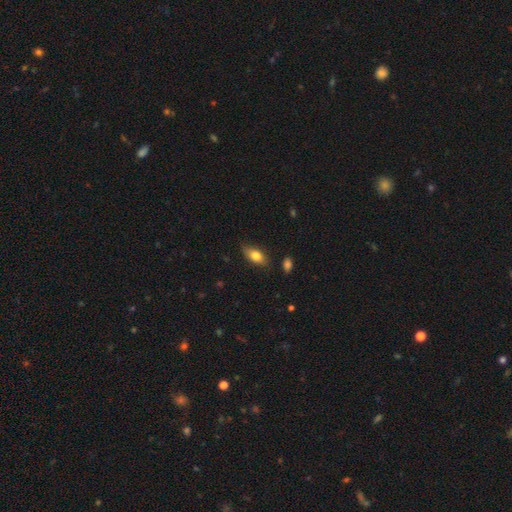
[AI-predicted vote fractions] The model was most divided on "merging": none: 76%, minor disturbance: 19%, major disturbance: 3%, merger: 2%. More confident: how rounded — in between (86%); smooth or featured — smooth (77%).